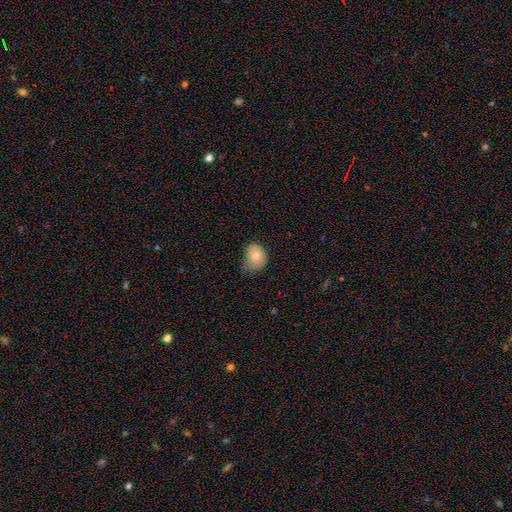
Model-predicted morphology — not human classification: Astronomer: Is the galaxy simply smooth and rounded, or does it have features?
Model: smooth — 82%.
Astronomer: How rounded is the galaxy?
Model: in between — 52% (runner-up: round, 47%).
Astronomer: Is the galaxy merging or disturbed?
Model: minor disturbance — 46% (runner-up: none, 39%).